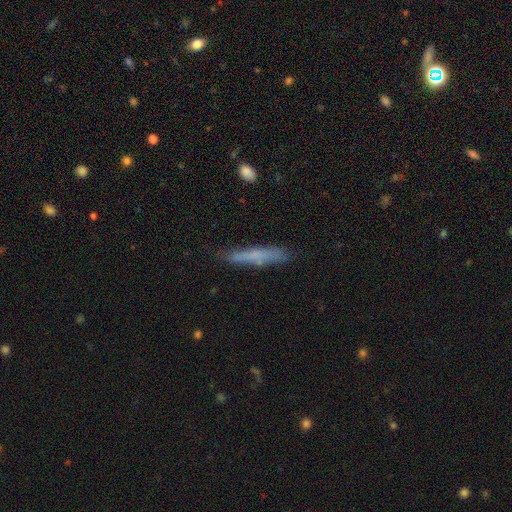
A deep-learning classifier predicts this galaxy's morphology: smooth 65%, featured or disk 27%, star or artifact 8%. Down the decision tree: how rounded — cigar-shaped (93%); merging — none (80%).